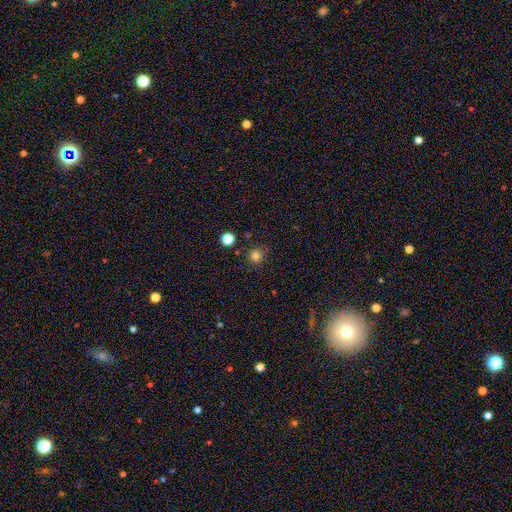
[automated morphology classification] Smooth or featured?
  - smooth: 80% *
  - star or artifact: 15%
  - featured or disk: 4%
How rounded?
  - round: 91% *
  - in between: 8%
  - cigar-shaped: 1%
Merging?
  - none: 80% *
  - minor disturbance: 12%
  - merger: 4%
  - major disturbance: 3%